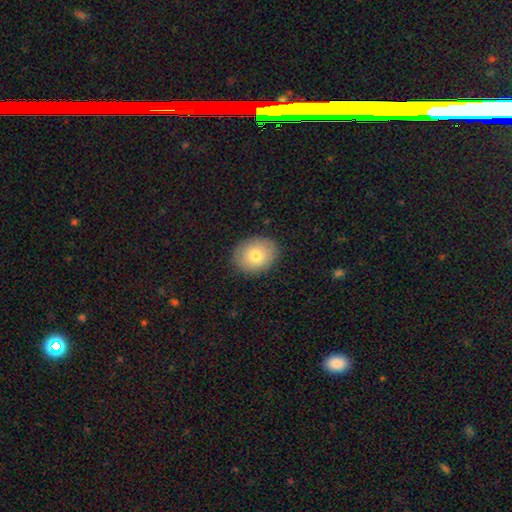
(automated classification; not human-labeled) Smooth or featured: smooth — 77% (featured or disk — 14%)
How rounded: round — 53% (in between — 46%)
Merging: none — 88% (minor disturbance — 9%)